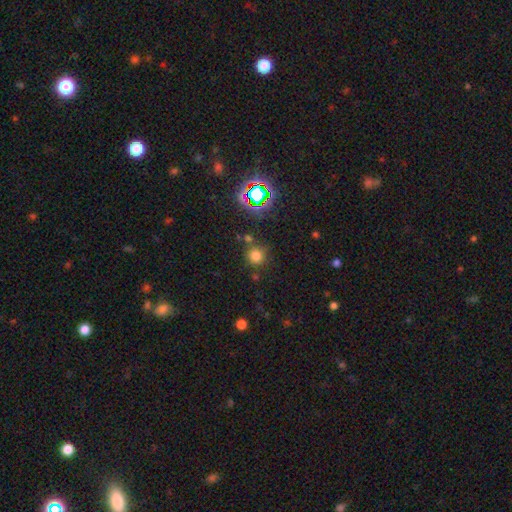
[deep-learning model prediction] smooth_or_featured: smooth (p=0.71) [alt: star or artifact p=0.23]
how_rounded: round (p=0.93) [alt: in between p=0.06]
merging: none (p=0.78) [alt: minor disturbance p=0.09]